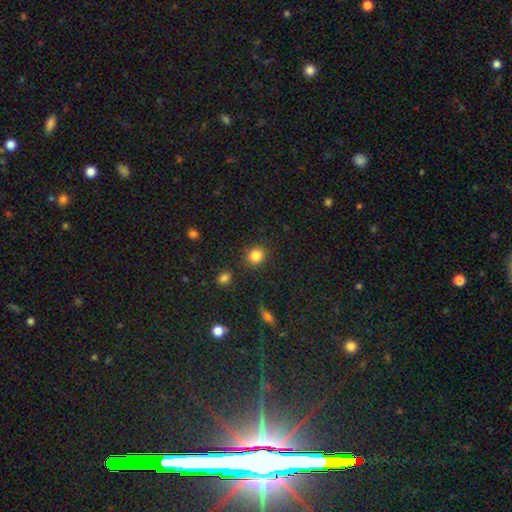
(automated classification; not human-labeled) Overall: smooth (85%). How rounded: round (85%). Merging: none (88%).